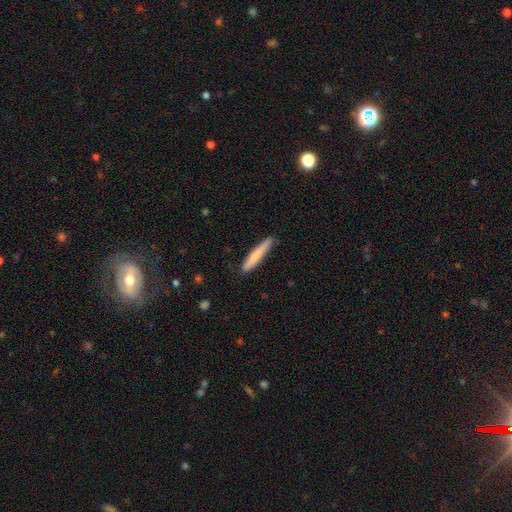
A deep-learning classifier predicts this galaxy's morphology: The model was most divided on "smooth or featured": smooth: 78%, featured or disk: 16%, star or artifact: 6%. More confident: how rounded — cigar-shaped (93%); merging — none (84%).